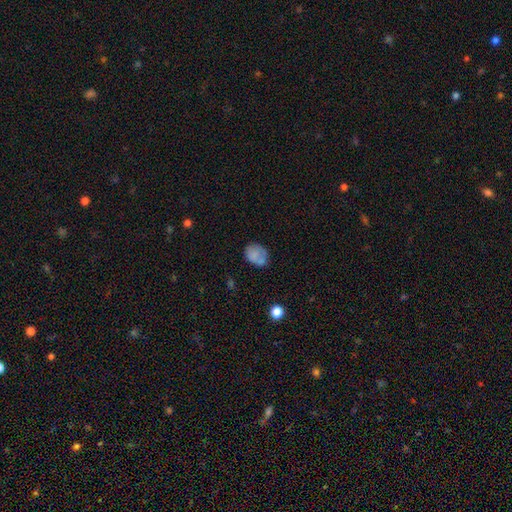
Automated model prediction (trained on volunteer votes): smooth 72%, featured or disk 19%, star or artifact 10%. Down the decision tree: how rounded — in between (59%); merging — none (56%).